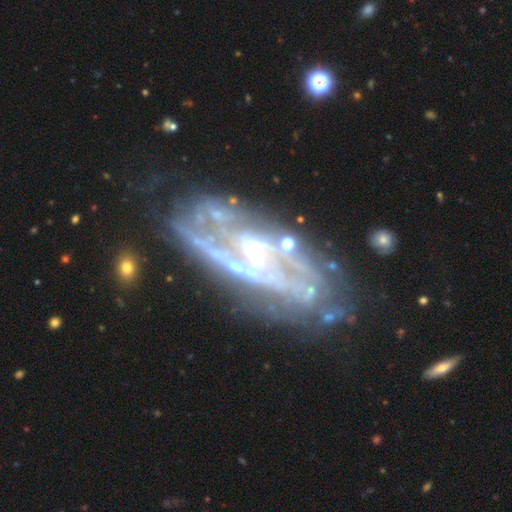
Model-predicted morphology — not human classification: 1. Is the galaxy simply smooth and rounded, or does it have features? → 84% featured or disk, 9% smooth, 7% star or artifact.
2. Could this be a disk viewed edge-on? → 89% no, 11% yes.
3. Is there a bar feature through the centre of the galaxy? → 44% no, 36% weak, 20% strong.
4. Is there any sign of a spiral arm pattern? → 74% yes, 26% no.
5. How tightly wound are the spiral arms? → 40% tight, 39% medium, 20% loose.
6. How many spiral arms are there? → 43% can't tell, 36% 2, 8% 3, 5% 1, 4% 4, 4% more than 4.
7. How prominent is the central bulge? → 54% small, 23% moderate, 19% none, 3% large, 1% dominant.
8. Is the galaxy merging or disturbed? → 61% none, 20% minor disturbance, 14% major disturbance, 5% merger.